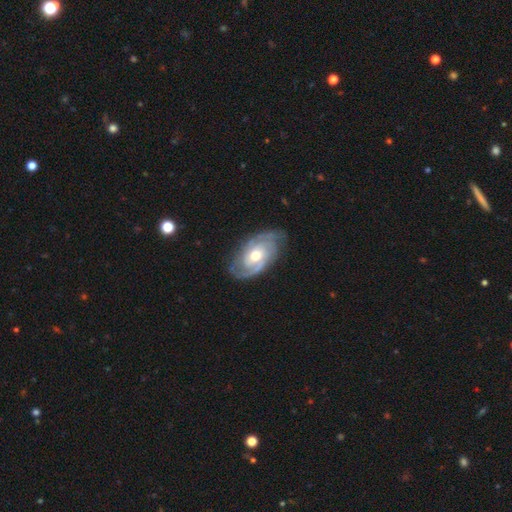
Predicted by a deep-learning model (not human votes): A featured or disk galaxy (87%) with no bar (65%), 2 (49%) tight (59%) spiral arms (96%) and a moderate central bulge (74%).

Vote fractions:
- Smooth or featured? featured or disk: 87% / smooth: 9% / star or artifact: 4%
- Edge-on disk? no: 96% / yes: 4%
- Bar? no: 65% / weak: 28% / strong: 7%
- Spiral arms? yes: 96% / no: 4%
- Spiral winding? tight: 59% / medium: 33% / loose: 8%
- Spiral arm count? 2: 49% / 3: 20% / can't tell: 18% / 4: 5% / 1: 4% / more than 4: 4%
- Bulge size? moderate: 74% / small: 18% / large: 7% / none: 1% / dominant: 1%
- Merging? none: 77% / minor disturbance: 17% / major disturbance: 5% / merger: 1%